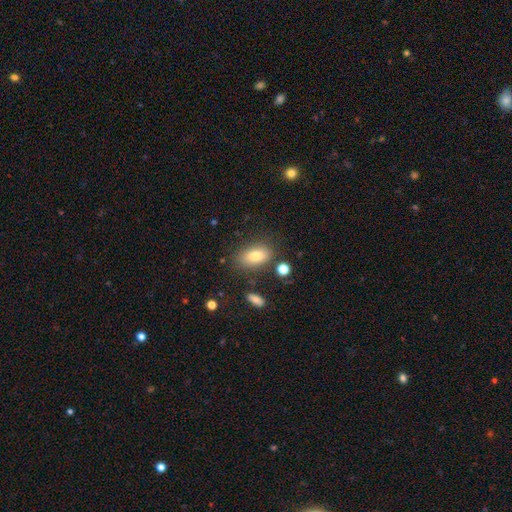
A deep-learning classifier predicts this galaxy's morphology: This is clearly a smooth galaxy (81%). How rounded: clearly in between (88%). Merging: likely none (77%).